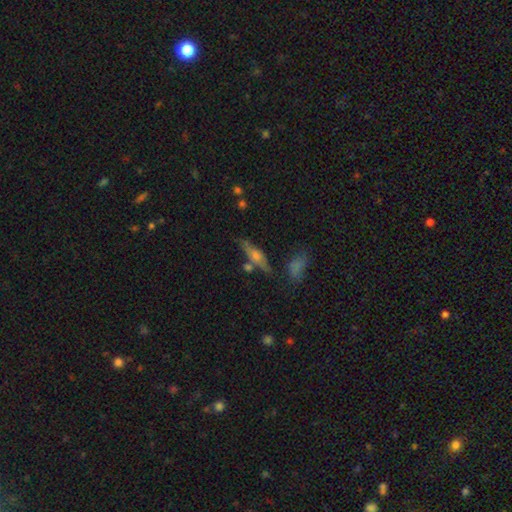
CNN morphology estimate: The model was most divided on "smooth or featured": featured or disk: 55%, smooth: 32%, star or artifact: 13%. More confident: edge-on disk — yes (88%); merging — none (71%).